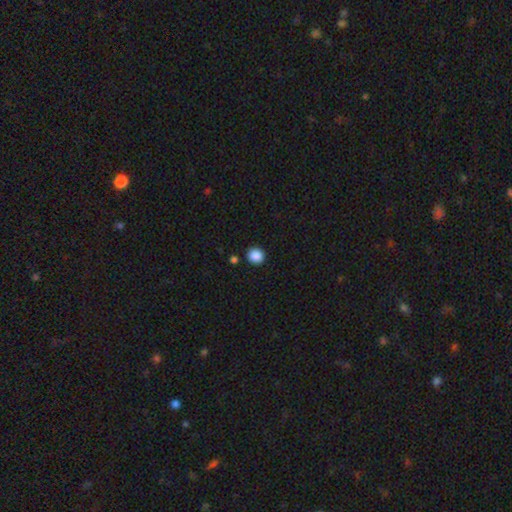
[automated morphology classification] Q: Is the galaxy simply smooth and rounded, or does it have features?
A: smooth — 88%.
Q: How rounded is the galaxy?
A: round — 82%.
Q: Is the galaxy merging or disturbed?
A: none — 88%.